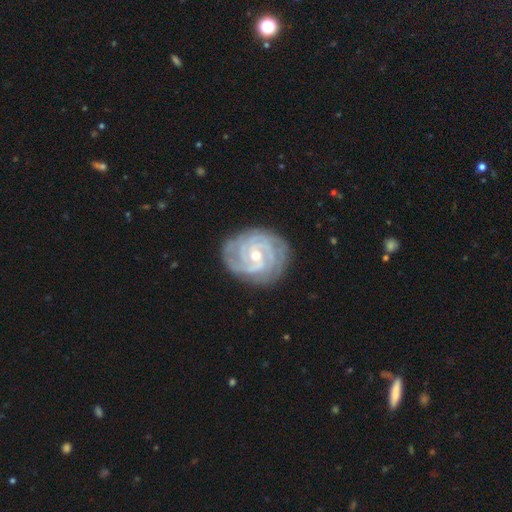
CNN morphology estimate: Q: Smooth or featured?
A: featured or disk (91%); runner-up: star or artifact (5%)
Q: Edge-on disk?
A: no (97%); runner-up: yes (3%)
Q: Bar?
A: no (47%); runner-up: weak (40%)
Q: Spiral arms?
A: yes (98%); runner-up: no (2%)
Q: Spiral winding?
A: tight (78%); runner-up: medium (20%)
Q: Spiral arm count?
A: 3 (30%); runner-up: 4 (19%)
Q: Bulge size?
A: moderate (51%); runner-up: small (47%)
Q: Merging?
A: none (82%); runner-up: minor disturbance (14%)